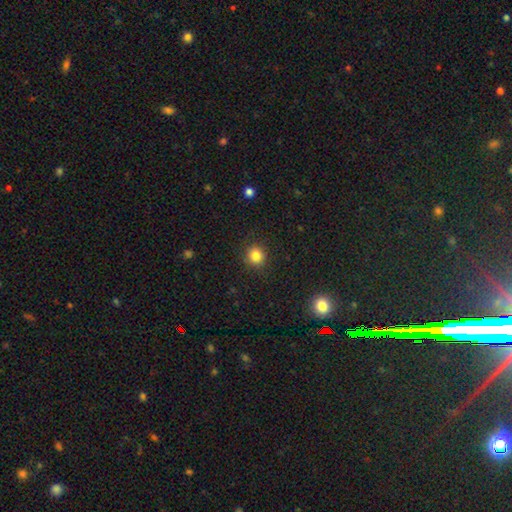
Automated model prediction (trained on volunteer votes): This is clearly a smooth galaxy (84%). How rounded: clearly round (89%). Merging: clearly none (89%).